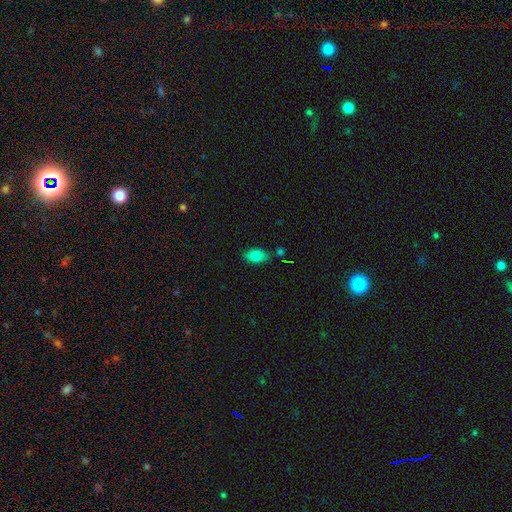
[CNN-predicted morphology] This is clearly a smooth galaxy (83%). How rounded: clearly in between (90%). Merging: likely none (76%).